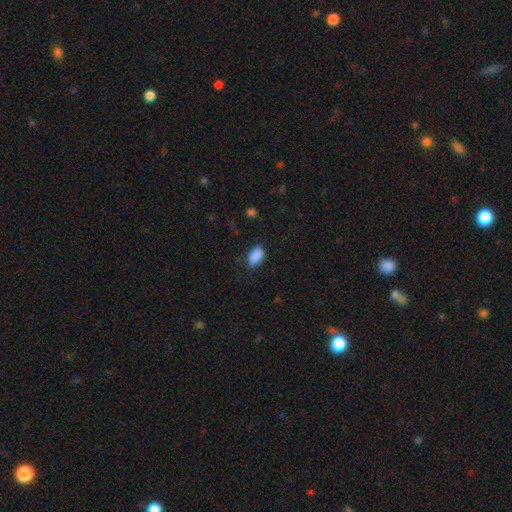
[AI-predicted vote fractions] This appears to be a smooth galaxy with no disk features (89%) that is in between round and cigar-shaped (92%). Merging: none (79%).